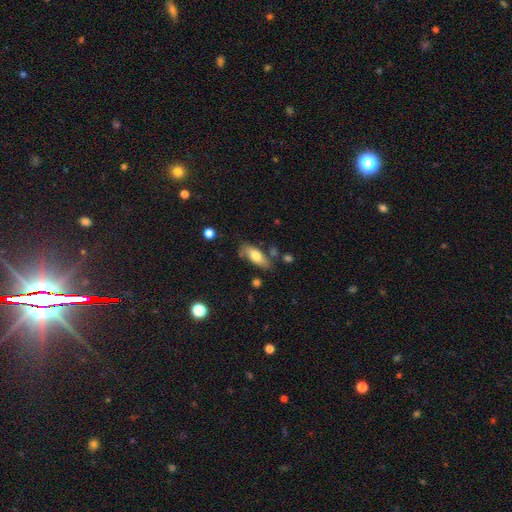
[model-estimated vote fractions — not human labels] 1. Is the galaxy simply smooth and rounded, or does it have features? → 70% smooth, 23% featured or disk, 7% star or artifact.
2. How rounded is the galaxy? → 77% in between, 20% cigar-shaped, 3% round.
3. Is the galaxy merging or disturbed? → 66% none, 21% minor disturbance, 7% merger, 6% major disturbance.